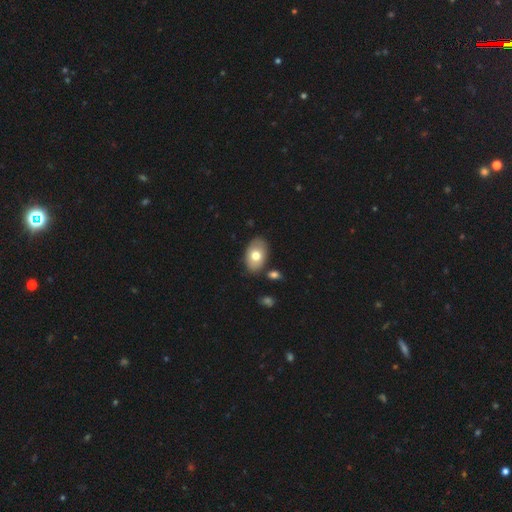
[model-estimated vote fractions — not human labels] The model was most divided on "smooth or featured": smooth: 72%, featured or disk: 21%, star or artifact: 7%. More confident: how rounded — in between (91%); merging — none (80%).